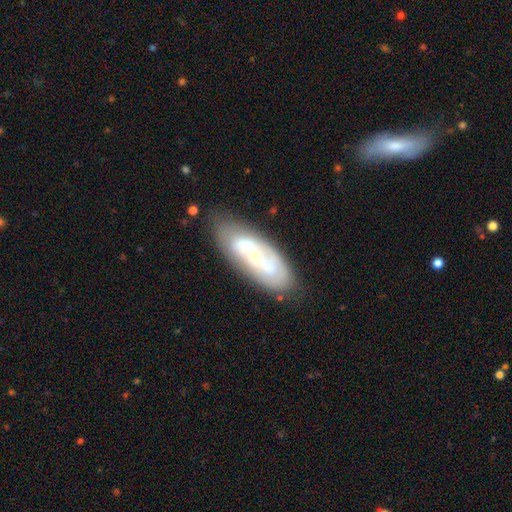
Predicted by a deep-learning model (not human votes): smooth-or-featured: featured or disk: 64% | smooth: 29% | star or artifact: 7%
  disk-edge-on: no: 91% | yes: 9%
    bar: no: 57% | weak: 32% | strong: 11%
    has-spiral-arms: yes: 77% | no: 23%
    bulge-size: small: 64% | moderate: 24% | none: 7% | large: 3% | dominant: 1%
  merging: none: 73% | minor disturbance: 18% | major disturbance: 6% | merger: 3%